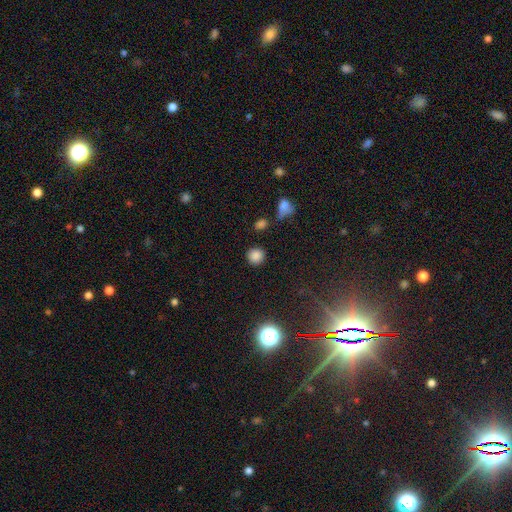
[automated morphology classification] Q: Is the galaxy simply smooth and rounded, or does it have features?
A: smooth — 84%.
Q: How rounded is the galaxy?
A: round — 91%.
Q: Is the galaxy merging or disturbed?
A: none — 85%.